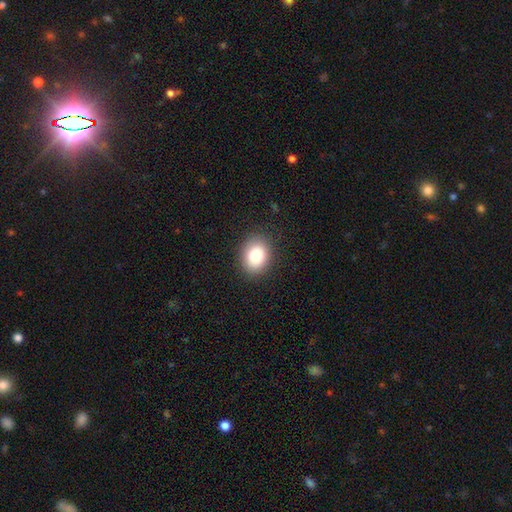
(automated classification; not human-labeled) Q: Smooth or featured?
A: smooth (81%); runner-up: star or artifact (9%)
Q: How rounded?
A: in between (54%); runner-up: round (45%)
Q: Merging?
A: none (88%); runner-up: minor disturbance (9%)